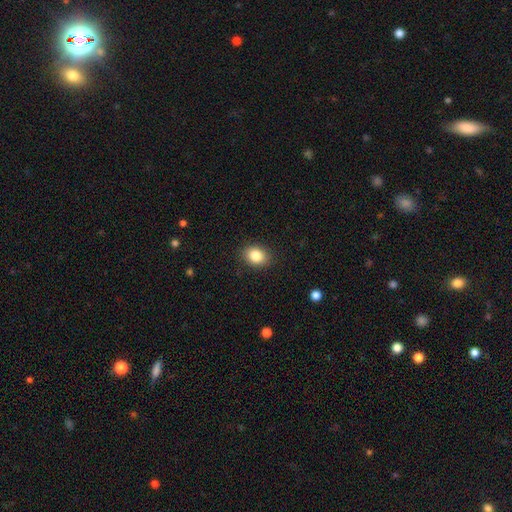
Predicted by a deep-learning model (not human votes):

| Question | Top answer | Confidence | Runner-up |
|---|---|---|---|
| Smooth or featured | smooth | 84% | star or artifact (9%) |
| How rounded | in between | 56% | round (43%) |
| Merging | none | 88% | minor disturbance (8%) |